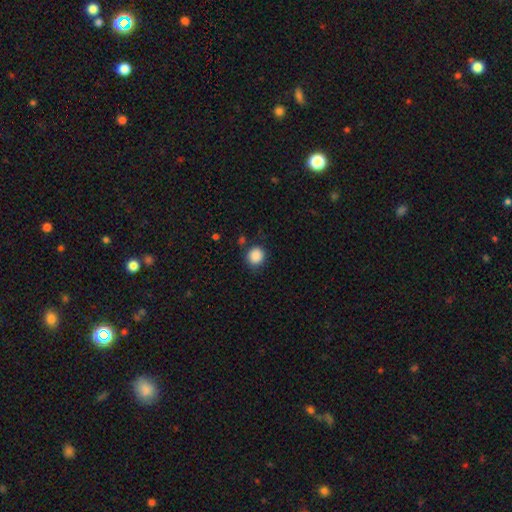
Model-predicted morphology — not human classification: smooth-or-featured: smooth: 88% | star or artifact: 9% | featured or disk: 3%
  how-rounded: round: 86% | in between: 13% | cigar-shaped: 1%
  merging: none: 82% | minor disturbance: 11% | major disturbance: 4% | merger: 3%